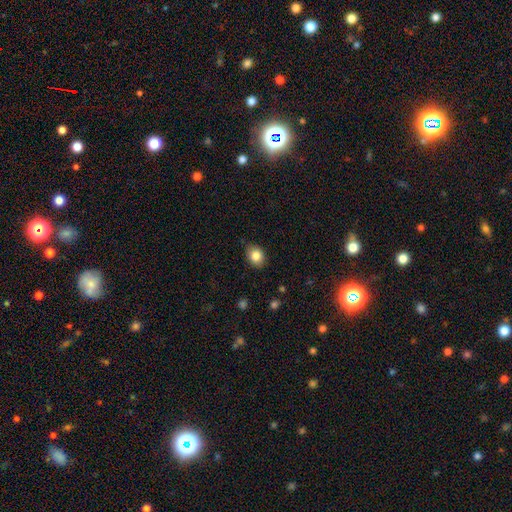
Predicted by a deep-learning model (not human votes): smooth 84%, star or artifact 9%, featured or disk 7%. Down the decision tree: how rounded — in between (53%); merging — none (84%).